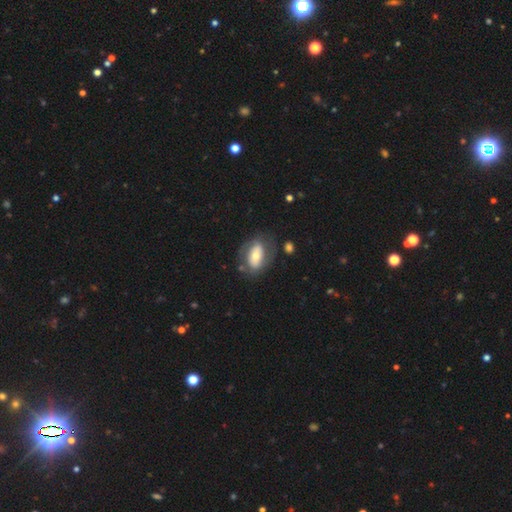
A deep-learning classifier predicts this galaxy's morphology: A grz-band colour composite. It shows a smooth galaxy with no disk features (50%). Merging: none (63%).